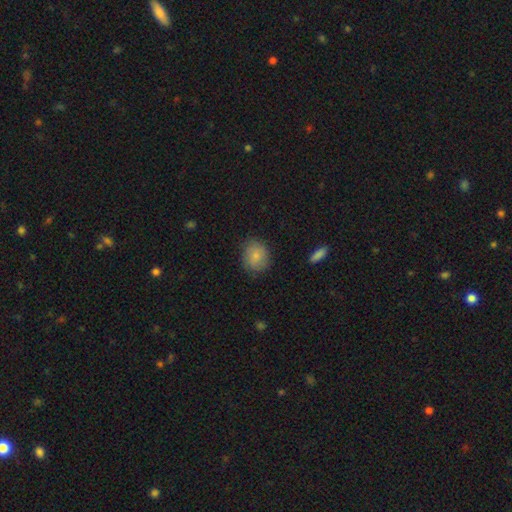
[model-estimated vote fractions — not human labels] This appears to be a smooth galaxy with no disk features (83%) that is round (73%). Merging: none (81%).